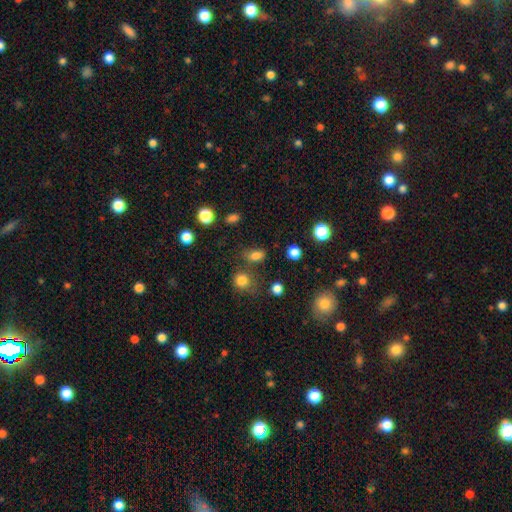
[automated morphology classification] type=smooth (79%); roundness=in between (75%); merging=none (64%).